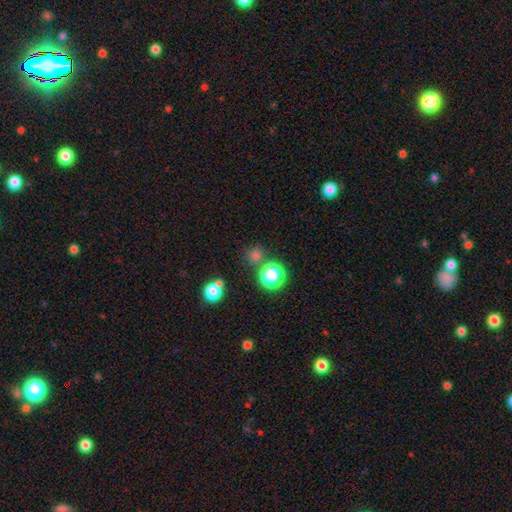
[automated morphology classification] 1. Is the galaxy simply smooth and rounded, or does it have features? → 67% smooth, 28% star or artifact, 5% featured or disk.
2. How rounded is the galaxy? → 90% round, 9% in between, 1% cigar-shaped.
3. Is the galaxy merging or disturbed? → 78% none, 10% merger, 9% minor disturbance, 4% major disturbance.